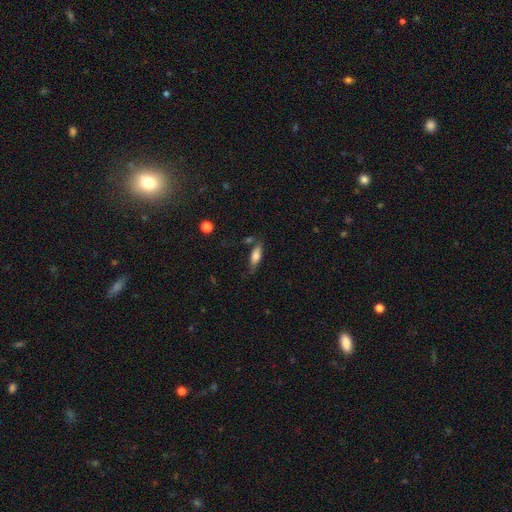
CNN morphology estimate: Smooth or featured? Predicted: smooth (p=0.69). How rounded? Predicted: in between (p=0.63). Merging? Predicted: none (p=0.67).